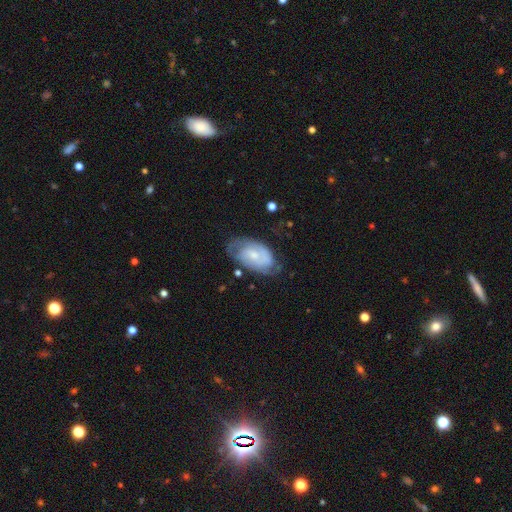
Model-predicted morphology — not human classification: Smooth or featured: featured or disk — 68% (smooth — 26%)
Edge-on disk: no — 96% (yes — 4%)
Bar: no — 58% (weak — 36%)
Spiral arms: yes — 86% (no — 14%)
Spiral winding: tight — 52% (medium — 36%)
Spiral arm count: 2 — 52% (can't tell — 32%)
Bulge size: small — 54% (moderate — 37%)
Merging: none — 60% (minor disturbance — 27%)